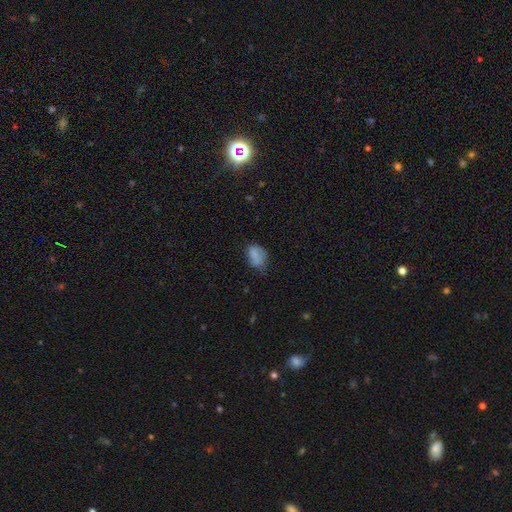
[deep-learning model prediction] smooth_or_featured: smooth (p=0.80) [alt: star or artifact p=0.10]
how_rounded: in between (p=0.81) [alt: round p=0.17]
merging: none (p=0.53) [alt: minor disturbance p=0.34]